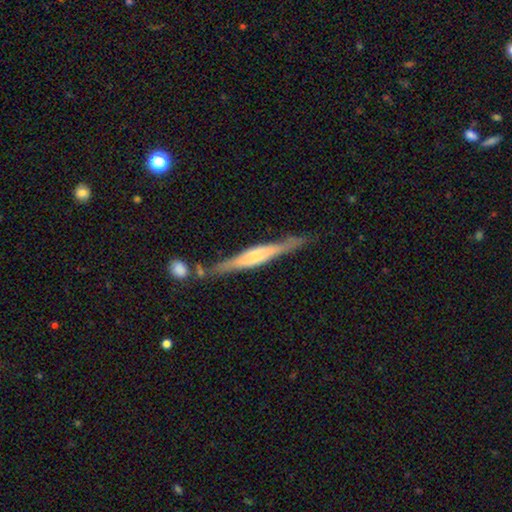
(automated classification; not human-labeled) A featured or disk galaxy (71%) viewed edge-on (96%) with a rounded central bulge (60%).

Vote fractions:
- Smooth or featured? featured or disk: 71% / smooth: 24% / star or artifact: 6%
- Edge-on disk? yes: 96% / no: 4%
- Edge-on bulge? rounded: 60% / boxy: 29% / none: 10%
- Merging? none: 77% / minor disturbance: 14% / merger: 6% / major disturbance: 4%